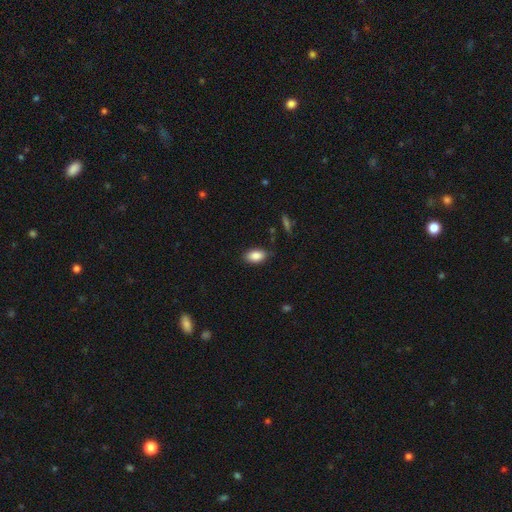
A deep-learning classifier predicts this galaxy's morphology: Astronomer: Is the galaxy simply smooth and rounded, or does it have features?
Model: smooth — 87%.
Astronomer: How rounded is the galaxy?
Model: in between — 91%.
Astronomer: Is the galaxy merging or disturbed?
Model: none — 82%.